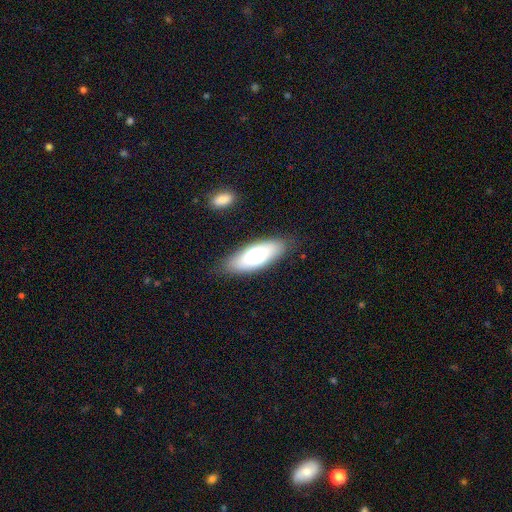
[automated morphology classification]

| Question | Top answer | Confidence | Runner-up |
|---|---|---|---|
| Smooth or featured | smooth | 65% | featured or disk (28%) |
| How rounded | in between | 75% | cigar-shaped (23%) |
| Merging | none | 82% | minor disturbance (13%) |